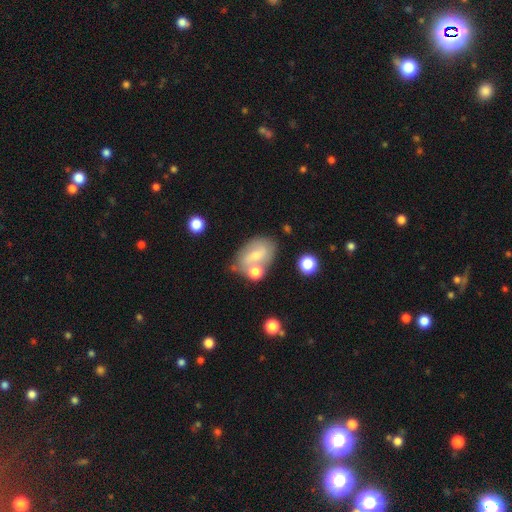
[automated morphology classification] Smooth or featured: featured or disk — 46% (smooth — 45%)
Merging: none — 48% (merger — 24%)